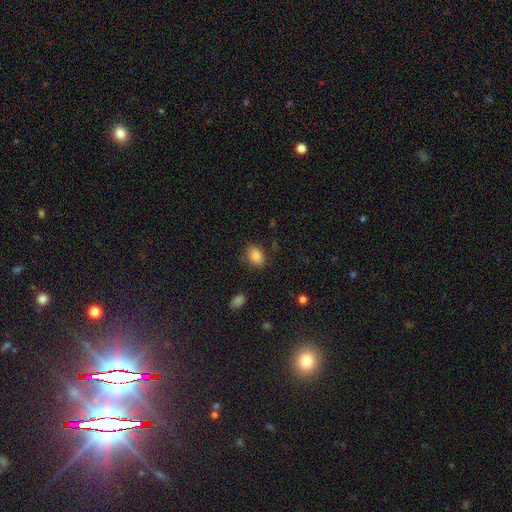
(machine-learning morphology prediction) smooth-or-featured: smooth: 86% | star or artifact: 9% | featured or disk: 5%
  how-rounded: in between: 81% | round: 18% | cigar-shaped: 1%
  merging: none: 79% | minor disturbance: 15% | major disturbance: 4% | merger: 2%